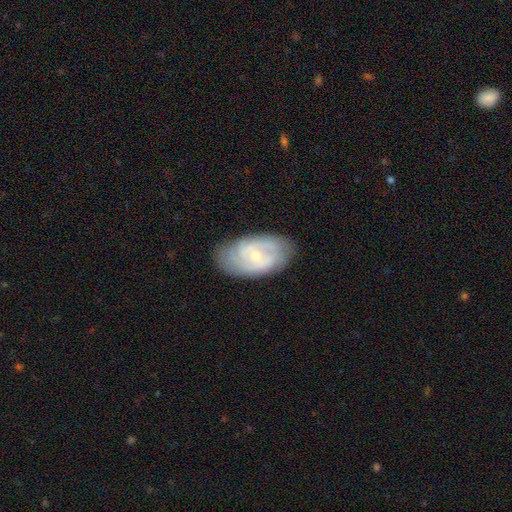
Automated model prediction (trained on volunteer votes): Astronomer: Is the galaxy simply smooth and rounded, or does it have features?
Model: featured or disk — 76%.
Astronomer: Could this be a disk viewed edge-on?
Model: no — 95%.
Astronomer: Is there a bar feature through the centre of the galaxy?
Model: no — 62%.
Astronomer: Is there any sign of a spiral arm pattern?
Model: yes — 90%.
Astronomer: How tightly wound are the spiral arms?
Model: tight — 59%.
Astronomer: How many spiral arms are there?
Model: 2 — 41% (runner-up: can't tell, 33%).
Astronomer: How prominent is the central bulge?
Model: small — 65%.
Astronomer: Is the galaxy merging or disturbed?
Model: none — 78%.